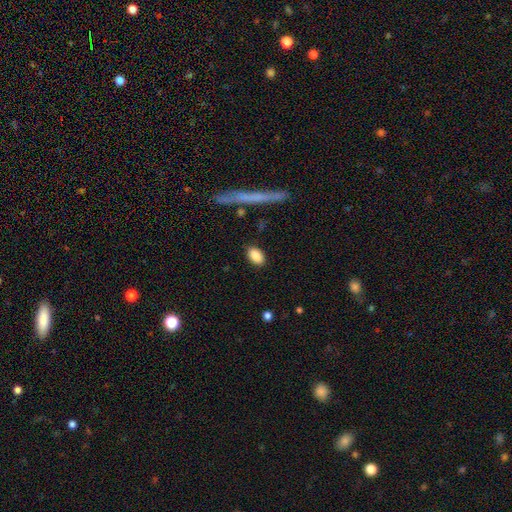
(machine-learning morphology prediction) The model was most divided on "merging": none: 86%, minor disturbance: 10%, major disturbance: 3%, merger: 2%. More confident: how rounded — in between (89%); smooth or featured — smooth (87%).